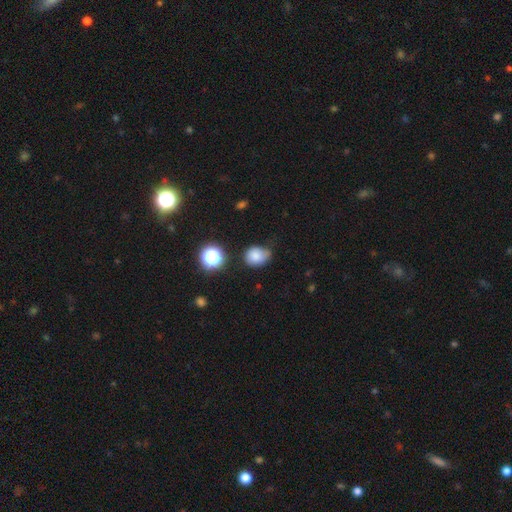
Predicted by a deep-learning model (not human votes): Overall: smooth (79%). How rounded: round (57%; in between 42%). Merging: none (48%; minor disturbance 39%).